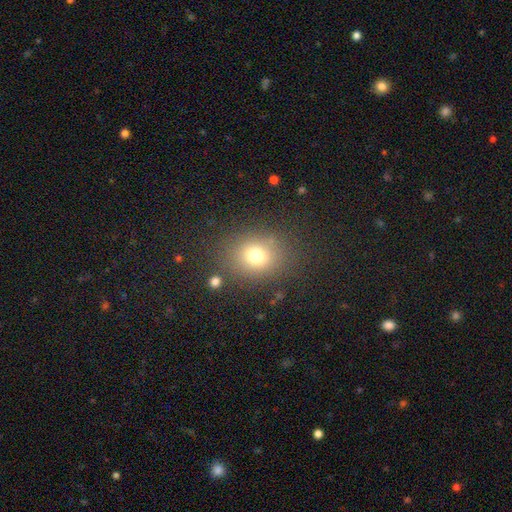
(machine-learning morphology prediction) type=smooth (73%); roundness=round (63%); merging=none (79%).